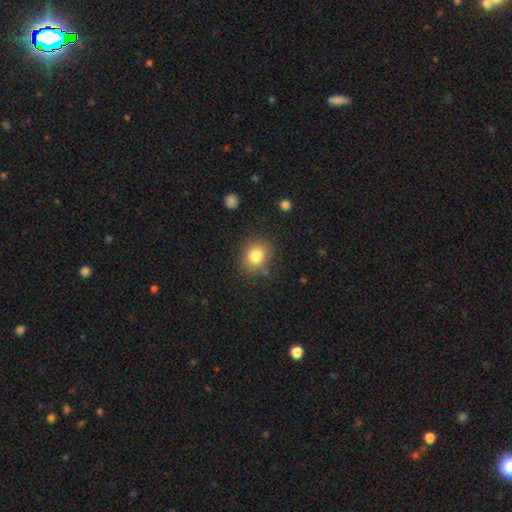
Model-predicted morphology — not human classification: type=smooth (82%); roundness=round (64%); merging=none (81%).